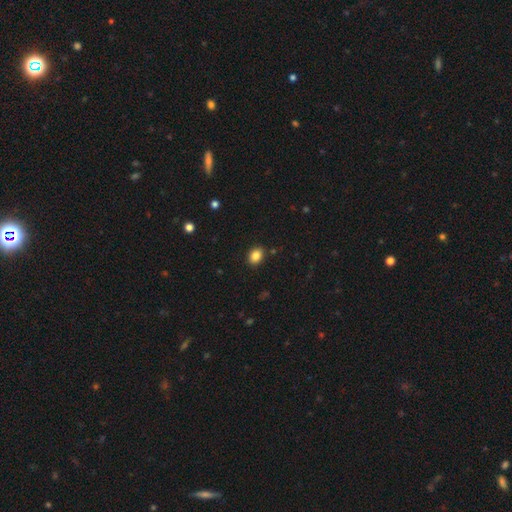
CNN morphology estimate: Overall: smooth (86%). How rounded: in between (62%; round 37%). Merging: none (88%).